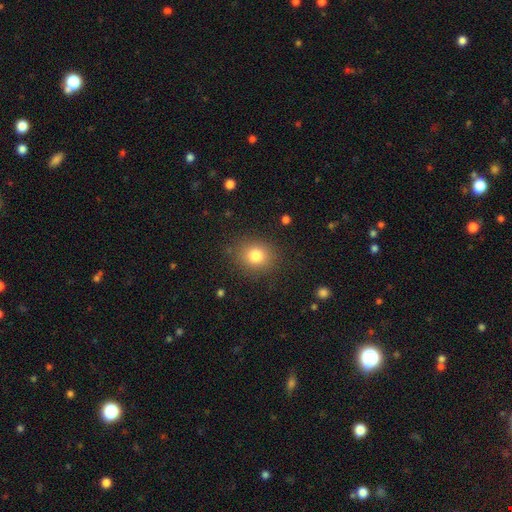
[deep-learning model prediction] This is likely a smooth galaxy (80%). How rounded: likely round (71%). Merging: clearly none (85%).